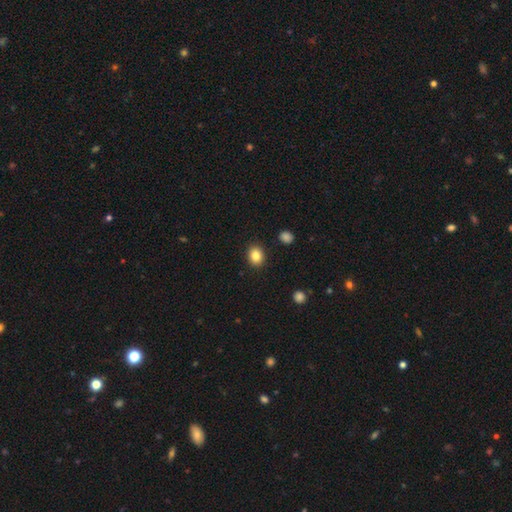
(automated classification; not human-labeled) smooth_or_featured: smooth (p=0.85) [alt: star or artifact p=0.09]
how_rounded: round (p=0.58) [alt: in between p=0.41]
merging: none (p=0.90) [alt: minor disturbance p=0.07]